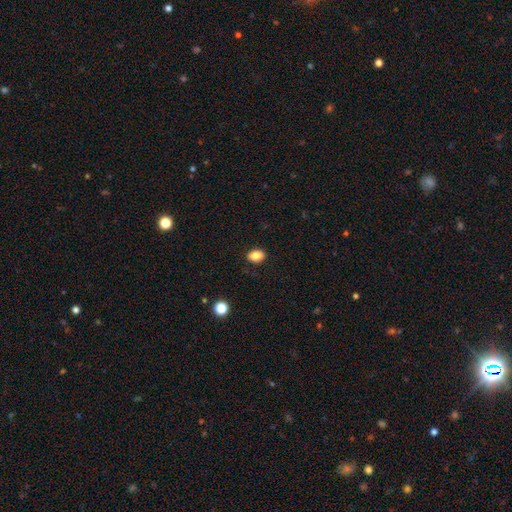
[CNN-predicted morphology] Smooth or featured?
  - smooth: 84% *
  - star or artifact: 10%
  - featured or disk: 6%
How rounded?
  - in between: 71% *
  - round: 28%
  - cigar-shaped: 1%
Merging?
  - none: 86% *
  - minor disturbance: 10%
  - major disturbance: 2%
  - merger: 1%